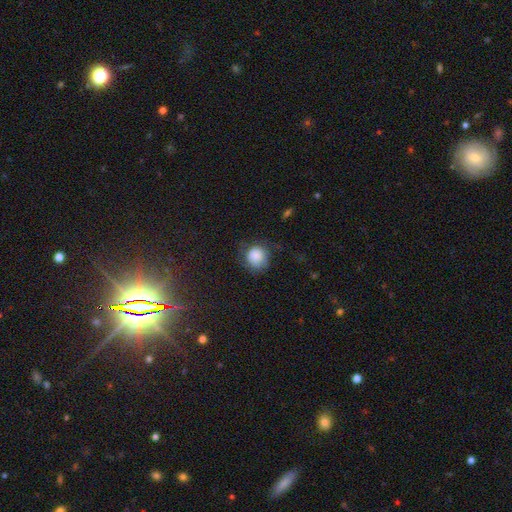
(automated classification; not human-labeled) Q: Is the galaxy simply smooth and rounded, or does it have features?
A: smooth — 78%.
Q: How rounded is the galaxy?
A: round — 81%.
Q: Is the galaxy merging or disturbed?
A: none — 55%.